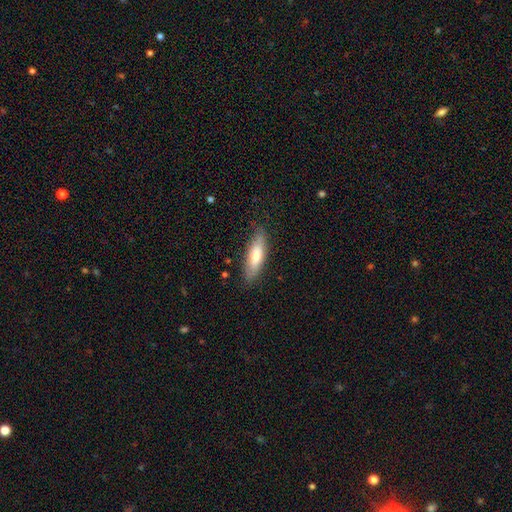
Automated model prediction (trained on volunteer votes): Smooth or featured? smooth (69%)
How rounded? cigar-shaped (50%)
Merging? none (82%)